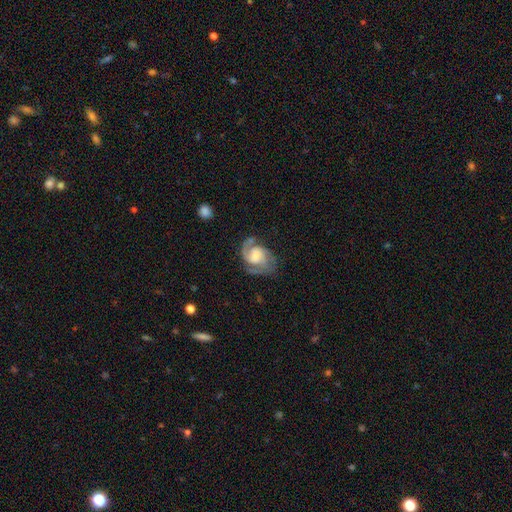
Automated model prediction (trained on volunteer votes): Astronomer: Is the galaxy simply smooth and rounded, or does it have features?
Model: featured or disk — 84%.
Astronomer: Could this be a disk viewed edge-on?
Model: no — 98%.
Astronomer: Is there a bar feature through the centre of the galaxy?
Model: no — 49% (runner-up: weak, 41%).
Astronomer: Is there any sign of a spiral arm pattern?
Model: yes — 96%.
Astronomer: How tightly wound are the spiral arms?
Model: medium — 50% (runner-up: tight, 35%).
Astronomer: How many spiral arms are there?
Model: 2 — 75%.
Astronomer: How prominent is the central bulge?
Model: moderate — 30% (runner-up: small, 28%).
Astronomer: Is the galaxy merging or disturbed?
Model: none — 61%.